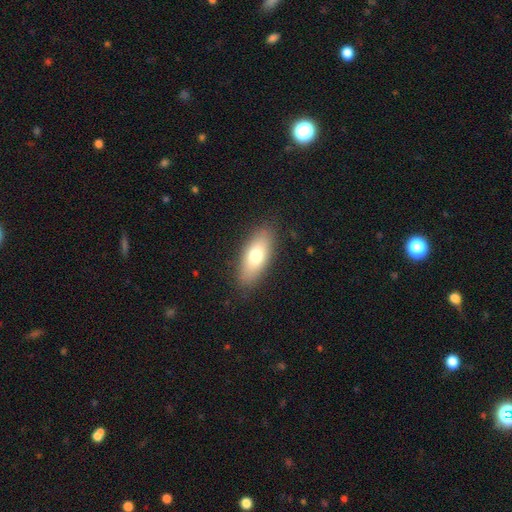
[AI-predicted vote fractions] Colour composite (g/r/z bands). It shows a smooth galaxy with no disk features (73%) that is in between round and cigar-shaped (81%). Merging: none (86%).